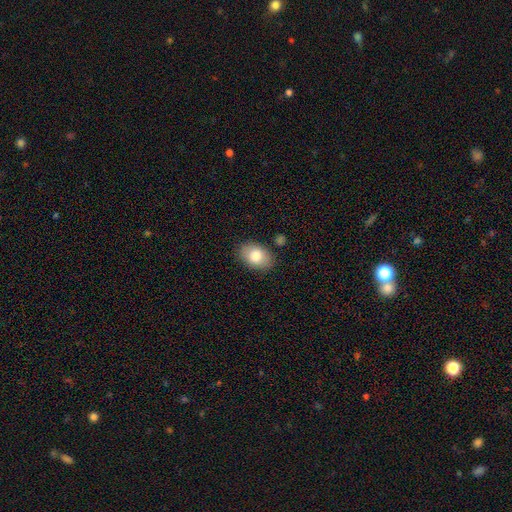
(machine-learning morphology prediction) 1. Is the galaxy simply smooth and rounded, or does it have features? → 80% smooth, 13% featured or disk, 7% star or artifact.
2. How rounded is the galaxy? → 85% in between, 14% round, 1% cigar-shaped.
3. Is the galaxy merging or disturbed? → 83% none, 11% minor disturbance, 3% merger, 3% major disturbance.